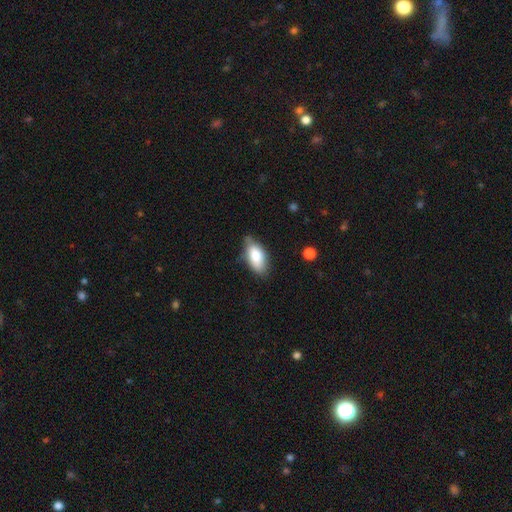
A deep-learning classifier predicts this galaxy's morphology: smooth-or-featured: smooth: 79% | featured or disk: 14% | star or artifact: 7%
  how-rounded: in between: 90% | cigar-shaped: 7% | round: 3%
  merging: none: 66% | minor disturbance: 26% | major disturbance: 5% | merger: 3%